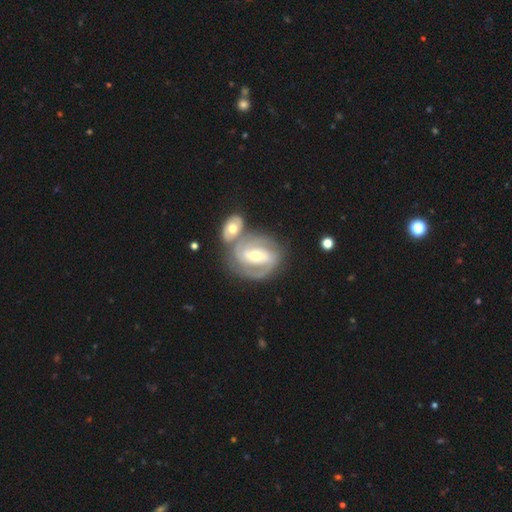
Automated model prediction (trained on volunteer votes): Q: Smooth or featured?
A: featured or disk (83%); runner-up: smooth (12%)
Q: Edge-on disk?
A: no (96%); runner-up: yes (4%)
Q: Bar?
A: strong (43%); runner-up: weak (38%)
Q: Spiral arms?
A: yes (91%); runner-up: no (9%)
Q: Spiral winding?
A: tight (54%); runner-up: medium (37%)
Q: Spiral arm count?
A: 2 (72%); runner-up: can't tell (12%)
Q: Bulge size?
A: moderate (64%); runner-up: small (30%)
Q: Merging?
A: none (47%); runner-up: merger (36%)